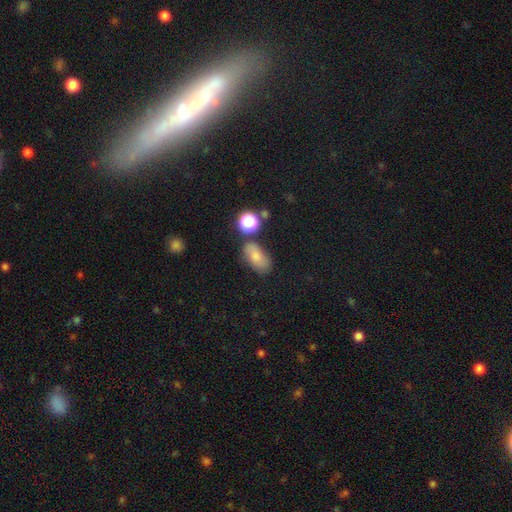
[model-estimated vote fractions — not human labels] Smooth or featured? smooth (73%)
How rounded? in between (87%)
Merging? none (63%)